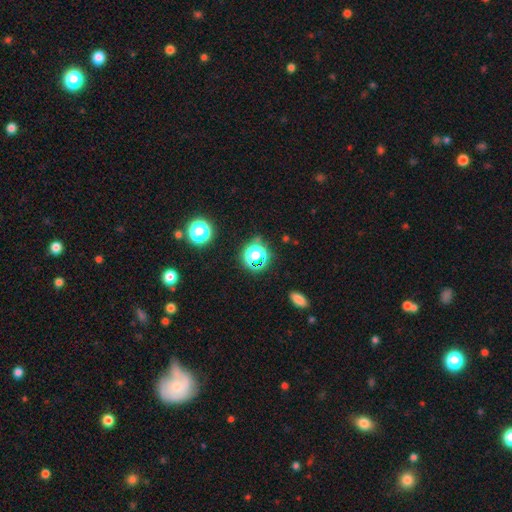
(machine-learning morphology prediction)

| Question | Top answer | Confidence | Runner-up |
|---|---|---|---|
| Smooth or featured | star or artifact | 51% | smooth (40%) |